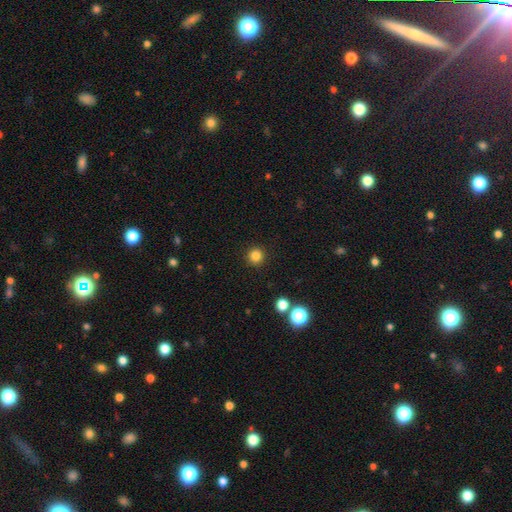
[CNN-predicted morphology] smooth_or_featured: smooth (p=0.83) [alt: star or artifact p=0.13]
how_rounded: round (p=0.95) [alt: in between p=0.04]
merging: none (p=0.92) [alt: minor disturbance p=0.05]